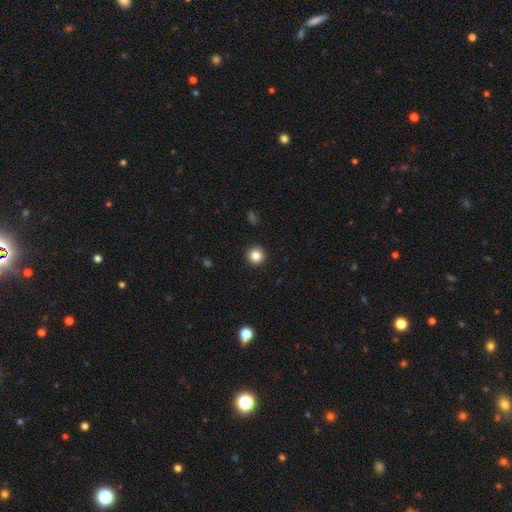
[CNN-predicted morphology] smooth-or-featured: smooth: 84% | star or artifact: 11% | featured or disk: 5%
  how-rounded: round: 96% | in between: 3% | cigar-shaped: 1%
  merging: none: 93% | minor disturbance: 4% | major disturbance: 2% | merger: 1%